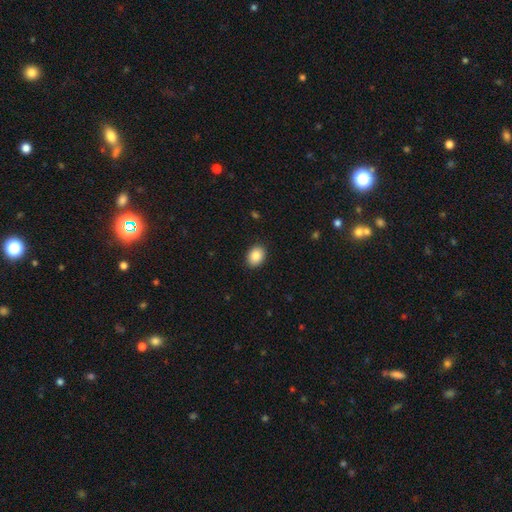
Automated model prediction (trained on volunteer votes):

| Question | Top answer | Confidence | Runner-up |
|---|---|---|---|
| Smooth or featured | smooth | 88% | star or artifact (8%) |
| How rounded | in between | 68% | round (32%) |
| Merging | none | 89% | minor disturbance (8%) |